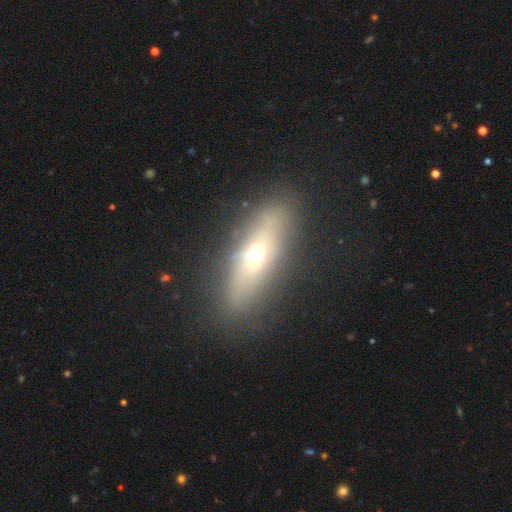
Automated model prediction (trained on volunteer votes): The model was most divided on "smooth or featured": featured or disk: 46%, smooth: 45%, star or artifact: 9%. More confident: merging — none (82%).